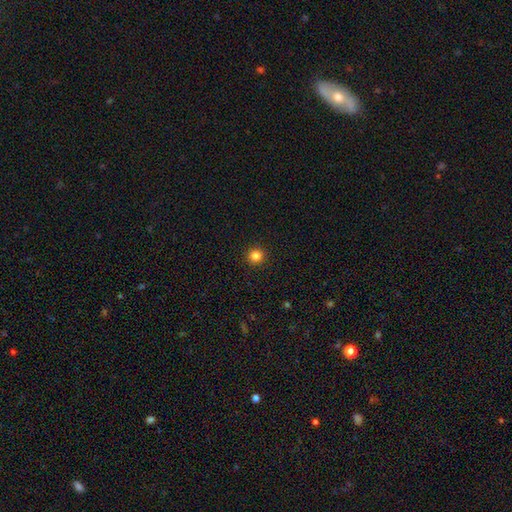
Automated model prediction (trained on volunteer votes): Morphology: type=smooth (83%); roundness=round (94%); merging=none (93%).